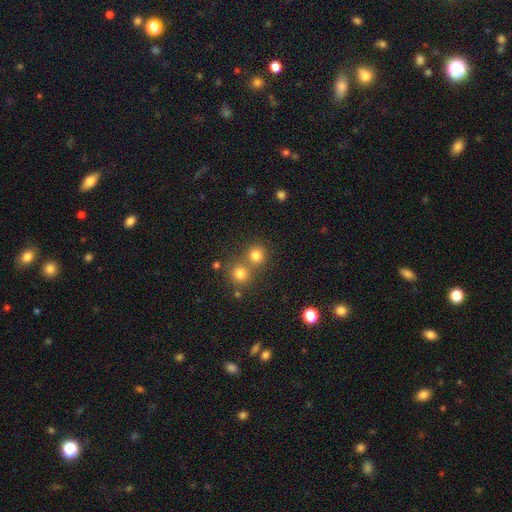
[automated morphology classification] type=smooth (78%); roundness=round (88%); merging=none (61%).